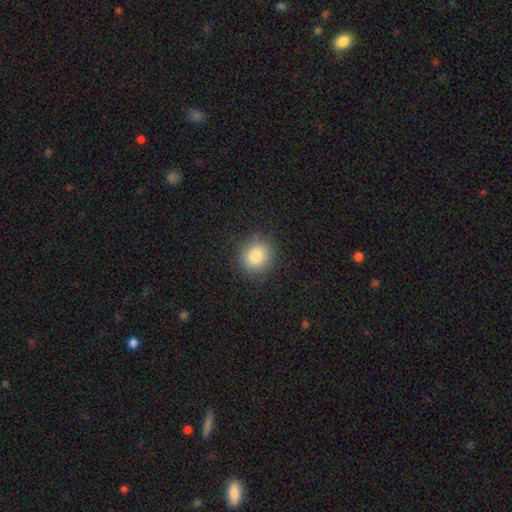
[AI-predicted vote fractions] smooth_or_featured: smooth (p=0.82) [alt: star or artifact p=0.10]
how_rounded: round (p=0.83) [alt: in between p=0.16]
merging: none (p=0.87) [alt: minor disturbance p=0.09]